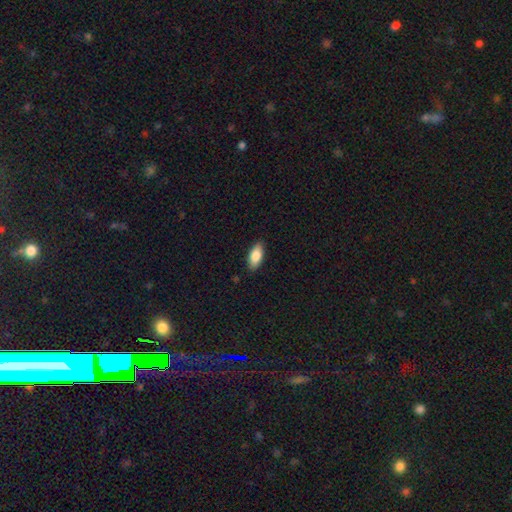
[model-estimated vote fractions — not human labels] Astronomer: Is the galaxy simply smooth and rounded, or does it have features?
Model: smooth — 84%.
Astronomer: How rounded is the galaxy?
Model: in between — 87%.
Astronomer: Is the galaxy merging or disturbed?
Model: none — 87%.